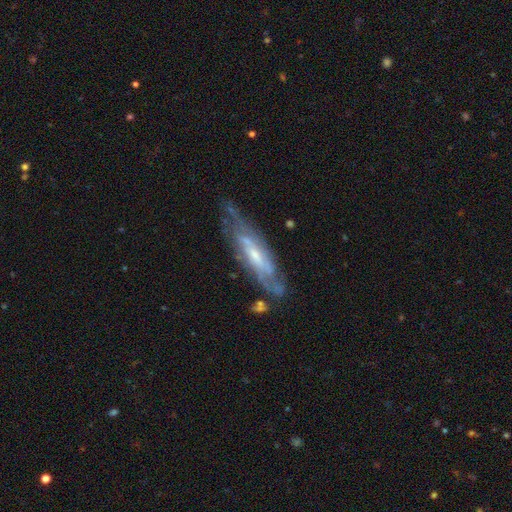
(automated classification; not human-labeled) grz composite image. It shows a featured or disk galaxy (79%) with no bar (42%), spiral arms (86%) and a small central bulge (56%). Merging: none (64%).